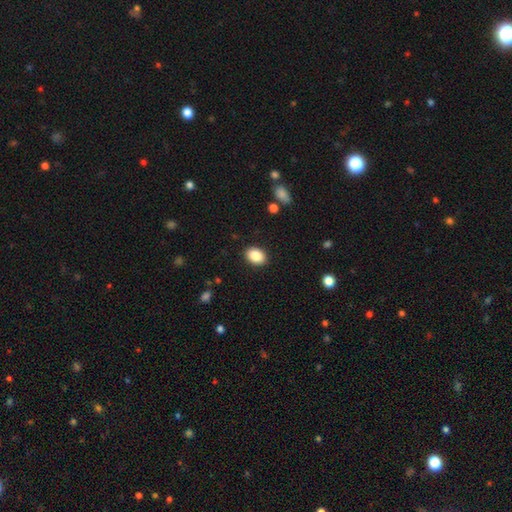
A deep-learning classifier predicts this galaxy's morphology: Smooth or featured: smooth — 87% (star or artifact — 8%)
How rounded: in between — 75% (round — 24%)
Merging: none — 90% (minor disturbance — 7%)